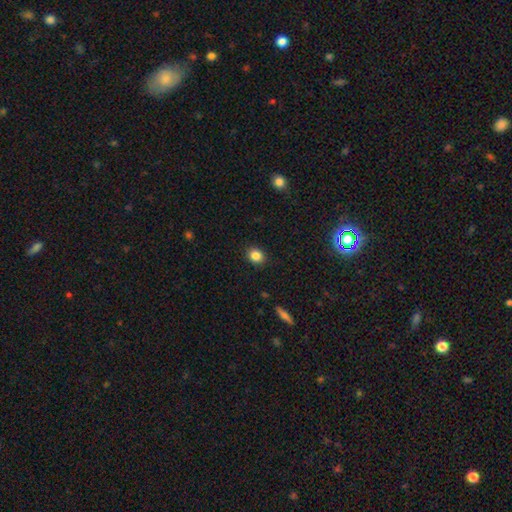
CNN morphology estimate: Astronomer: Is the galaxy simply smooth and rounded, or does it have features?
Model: smooth — 85%.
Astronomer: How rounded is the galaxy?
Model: round — 69%.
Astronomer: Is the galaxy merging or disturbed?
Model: none — 90%.